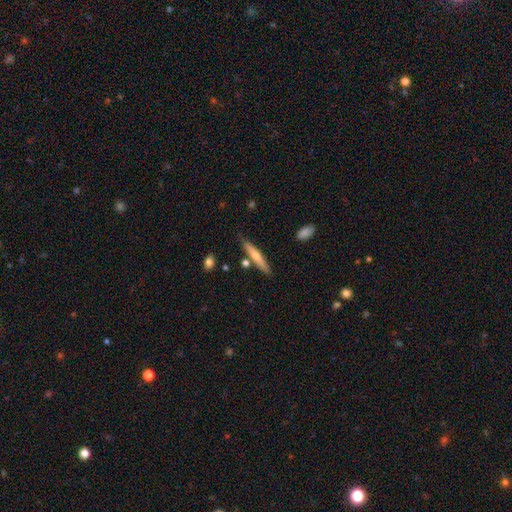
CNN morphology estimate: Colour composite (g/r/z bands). It shows a smooth galaxy with no disk features (57%) that is cigar-shaped (91%). Merging: none (80%).